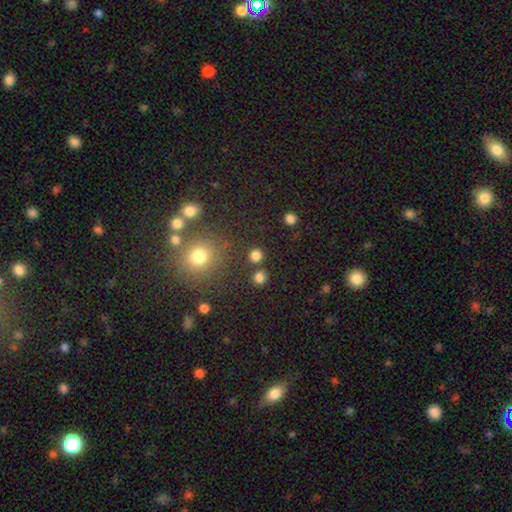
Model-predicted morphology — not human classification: Overall: smooth (79%). How rounded: round (91%). Merging: none (84%).